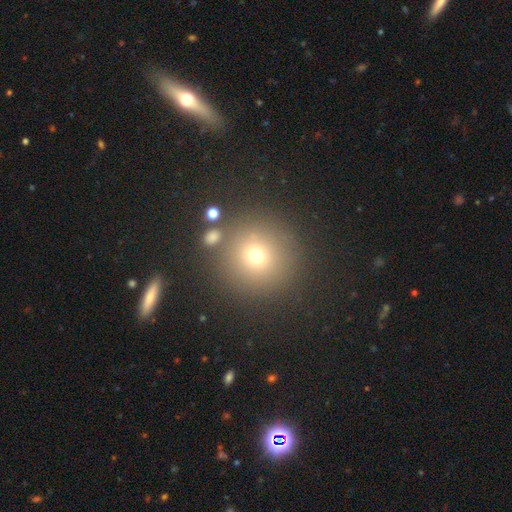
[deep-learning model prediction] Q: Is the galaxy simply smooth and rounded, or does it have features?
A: smooth — 68%.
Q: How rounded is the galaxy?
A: round — 94%.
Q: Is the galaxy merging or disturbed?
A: none — 84%.